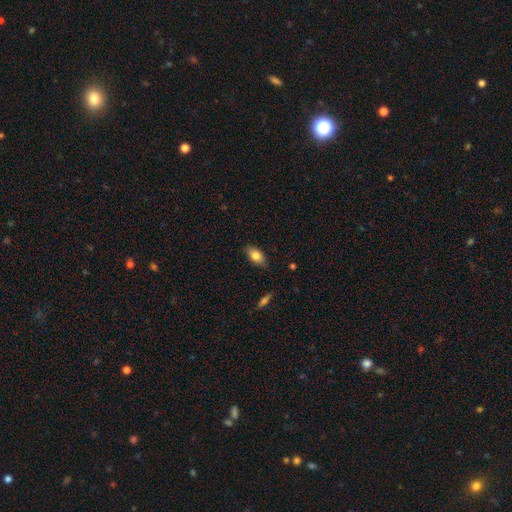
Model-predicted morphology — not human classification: type=smooth (81%); roundness=in between (90%); merging=none (83%).